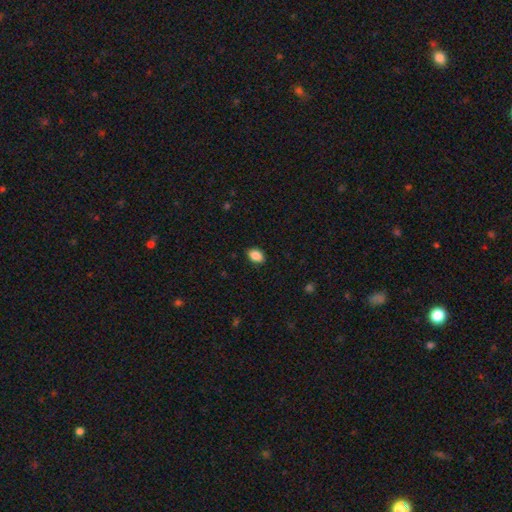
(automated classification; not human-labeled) smooth 89%, star or artifact 8%, featured or disk 4%. Down the decision tree: how rounded — in between (83%); merging — none (89%).